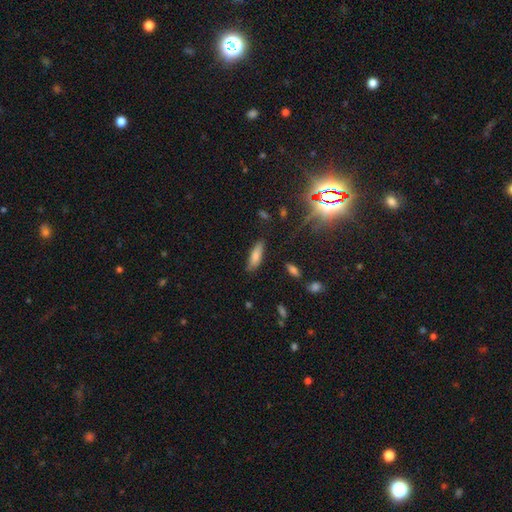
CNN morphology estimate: This is likely a smooth galaxy (79%). How rounded: possibly in between (53%). Merging: likely none (77%).